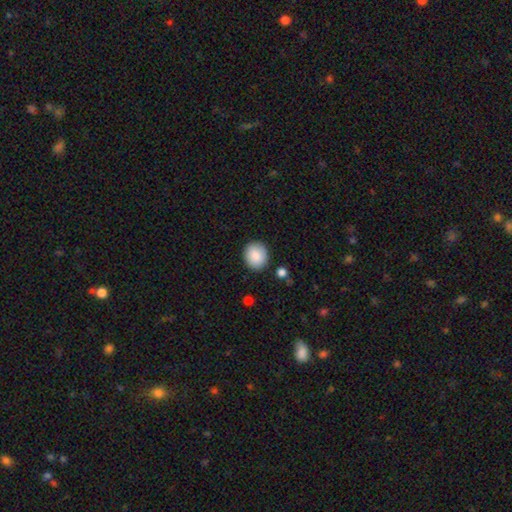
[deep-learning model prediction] Smooth or featured: smooth — 88% (star or artifact — 7%)
How rounded: round — 70% (in between — 29%)
Merging: none — 88% (minor disturbance — 8%)